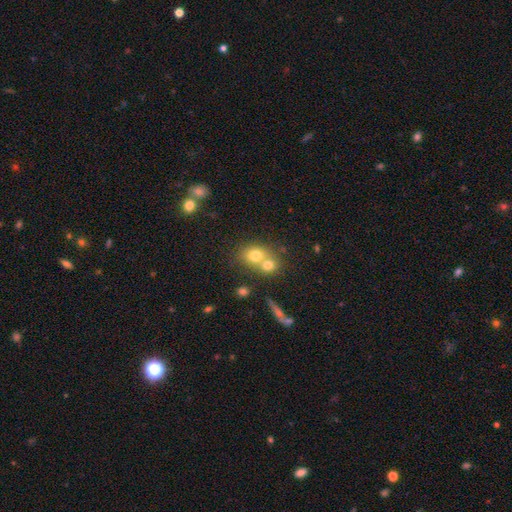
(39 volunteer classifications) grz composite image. It shows a smooth galaxy with no disk features (69%) that is round (63%). Merging: merger (69%).